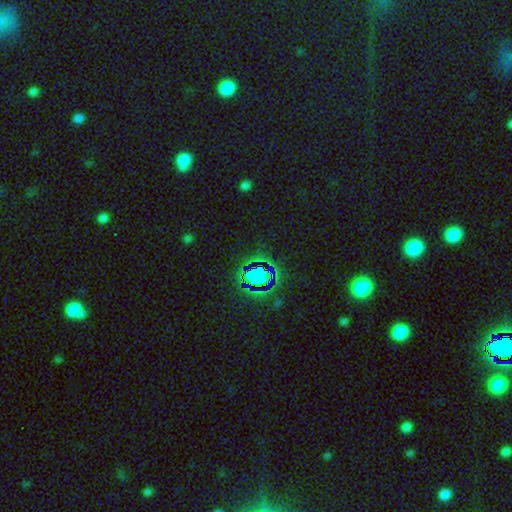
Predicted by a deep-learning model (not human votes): Q: Smooth or featured?
A: star or artifact (74%); runner-up: smooth (17%)